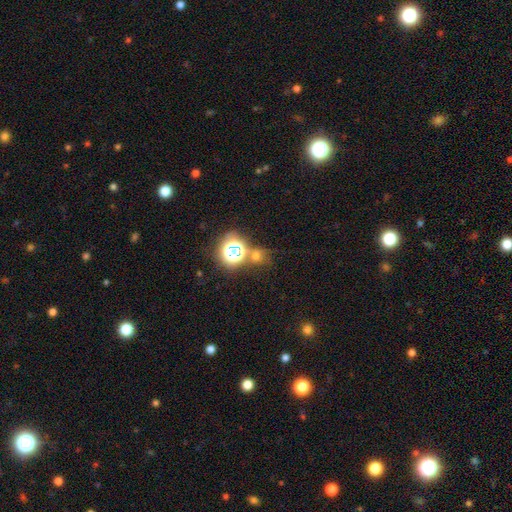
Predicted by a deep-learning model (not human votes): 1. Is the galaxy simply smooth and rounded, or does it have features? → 46% smooth, 44% star or artifact, 11% featured or disk.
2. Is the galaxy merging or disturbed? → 56% none, 26% merger, 11% minor disturbance, 7% major disturbance.